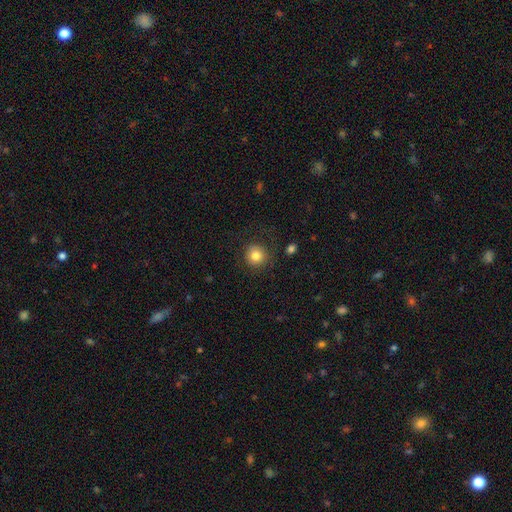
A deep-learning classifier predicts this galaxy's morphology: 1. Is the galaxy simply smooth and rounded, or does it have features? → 82% smooth, 10% star or artifact, 8% featured or disk.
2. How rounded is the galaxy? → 92% round, 7% in between, 1% cigar-shaped.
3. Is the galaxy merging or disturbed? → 83% none, 11% minor disturbance, 5% major disturbance, 1% merger.